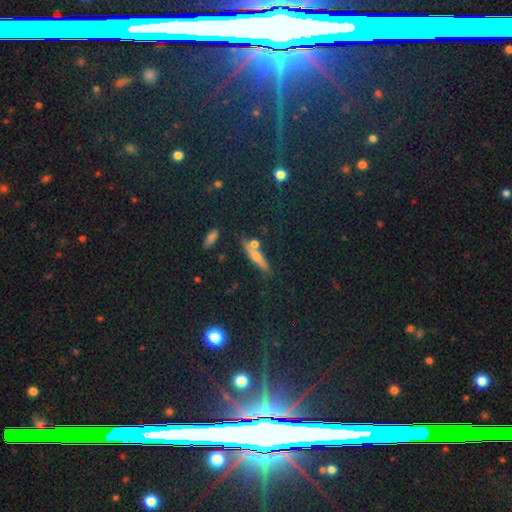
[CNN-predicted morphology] Q: Smooth or featured?
A: smooth (45%); runner-up: featured or disk (37%)
Q: Merging?
A: none (70%); runner-up: minor disturbance (13%)